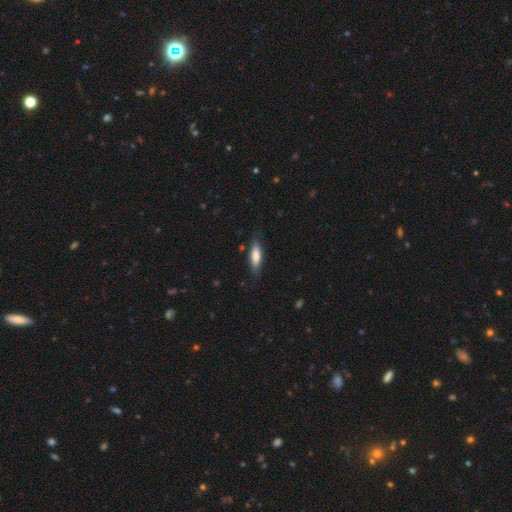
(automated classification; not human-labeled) This appears to be a smooth galaxy with no disk features (75%) that is cigar-shaped (52%). Merging: none (80%).